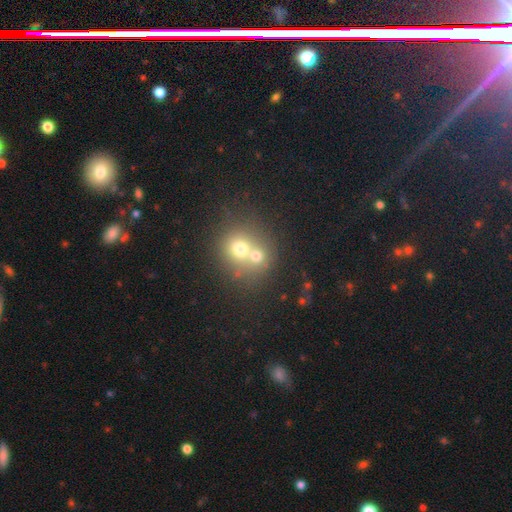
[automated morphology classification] This appears to be a smooth galaxy with no disk features (66%) that is round (80%). Merging: merger (60%).